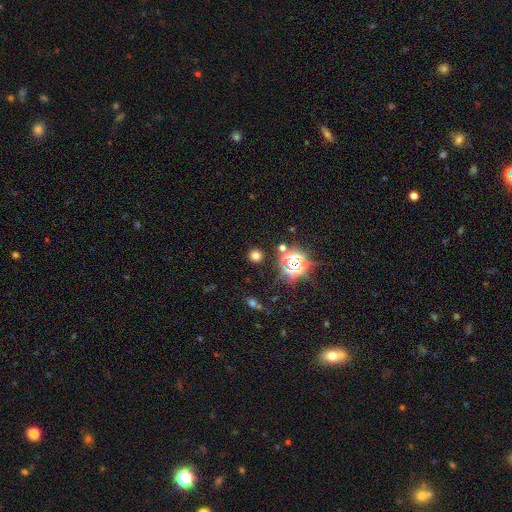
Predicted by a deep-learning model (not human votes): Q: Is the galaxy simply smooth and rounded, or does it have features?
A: smooth — 67%.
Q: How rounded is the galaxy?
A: round — 93%.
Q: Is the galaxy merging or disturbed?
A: none — 89%.